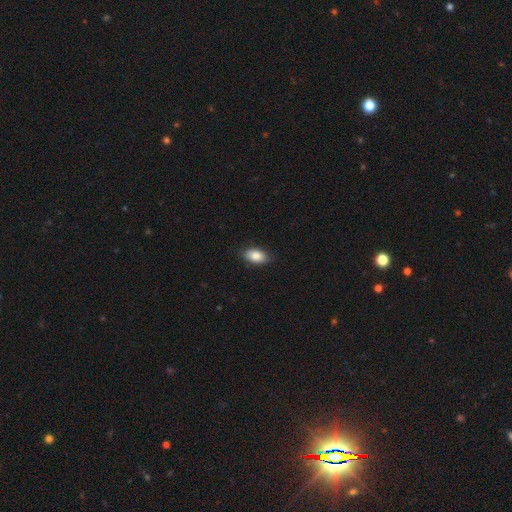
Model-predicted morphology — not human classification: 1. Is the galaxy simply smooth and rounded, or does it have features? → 86% smooth, 7% featured or disk, 7% star or artifact.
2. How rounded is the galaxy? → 92% in between, 5% round, 2% cigar-shaped.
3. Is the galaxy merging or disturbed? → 85% none, 12% minor disturbance, 2% major disturbance, 1% merger.